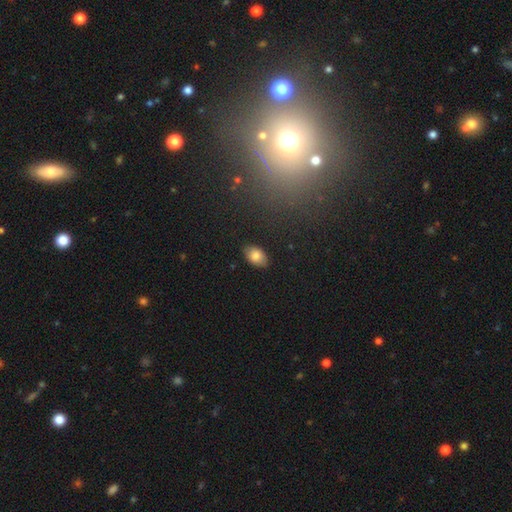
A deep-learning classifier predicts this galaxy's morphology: Overall: smooth (83%). How rounded: in between (89%). Merging: none (86%).